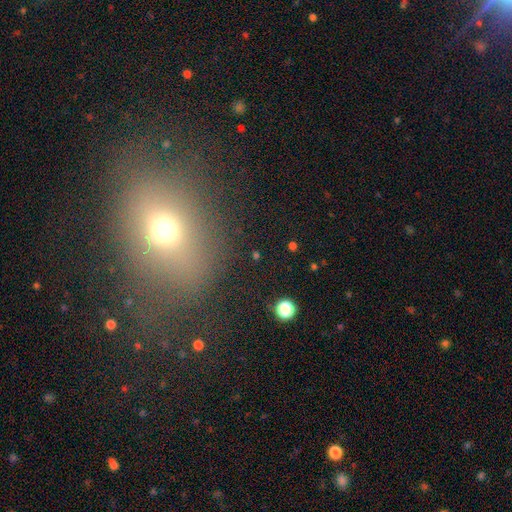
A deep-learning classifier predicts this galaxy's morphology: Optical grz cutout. It shows a smooth galaxy with no disk features (49%). Merging: none (79%).